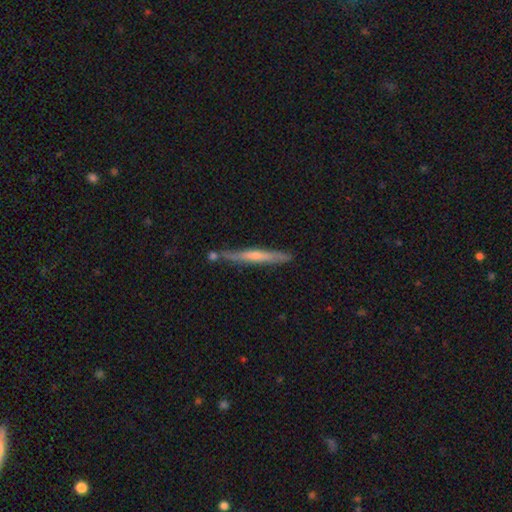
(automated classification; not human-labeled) featured or disk 69%, smooth 24%, star or artifact 7%. Down the decision tree: edge-on disk — yes (97%); edge-on bulge — rounded (68%); merging — none (84%).